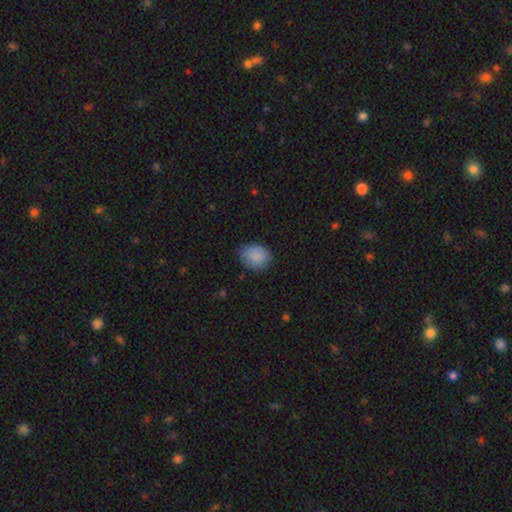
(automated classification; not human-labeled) Smooth or featured: smooth — 86% (star or artifact — 7%)
How rounded: round — 60% (in between — 39%)
Merging: none — 78% (minor disturbance — 17%)